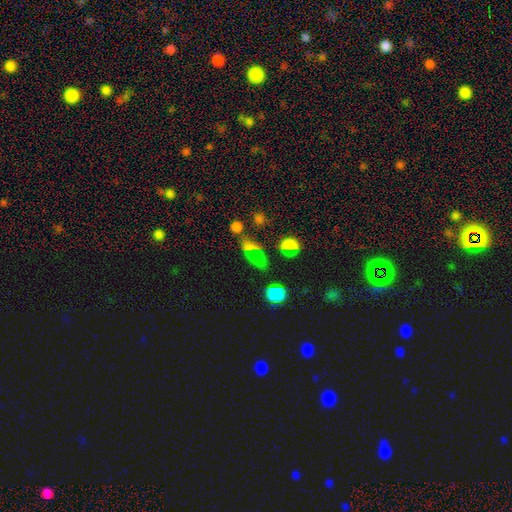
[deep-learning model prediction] Morphology: type=smooth (59%); roundness=in between (57%); merging=none (73%).